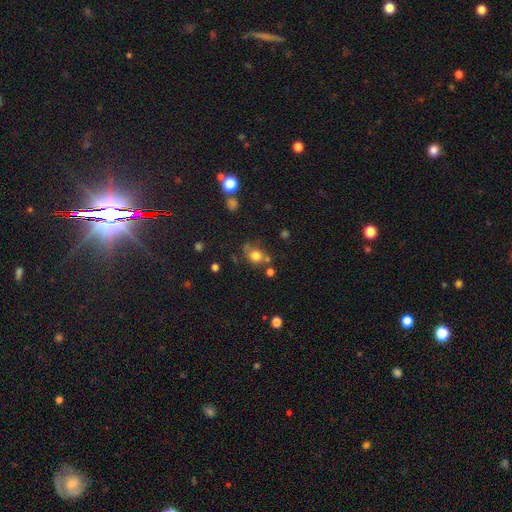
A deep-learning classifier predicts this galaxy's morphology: smooth-or-featured: smooth: 76% | star or artifact: 14% | featured or disk: 10%
  how-rounded: round: 71% | in between: 28% | cigar-shaped: 1%
  merging: none: 59% | minor disturbance: 18% | merger: 16% | major disturbance: 7%